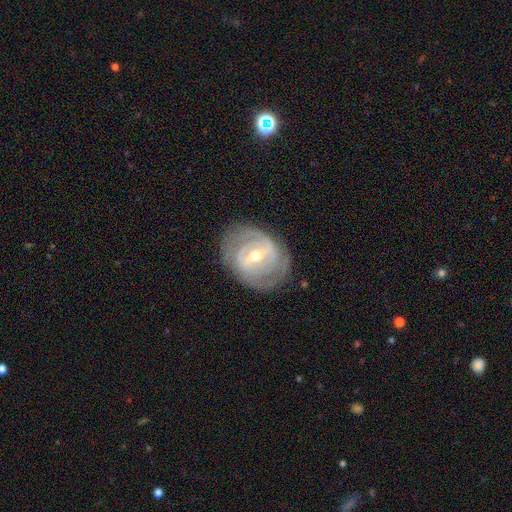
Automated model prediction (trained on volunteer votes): This is clearly a featured or disk galaxy (84%). It is clearly not viewed edge-on (96%). Bar: possibly weak (45%). Spiral arm pattern: clearly yes (89%). Spiral arm count: possibly 2 (47%). Spiral winding: likely tight (62%). Central bulge: possibly moderate (51%). Merging: likely none (77%).